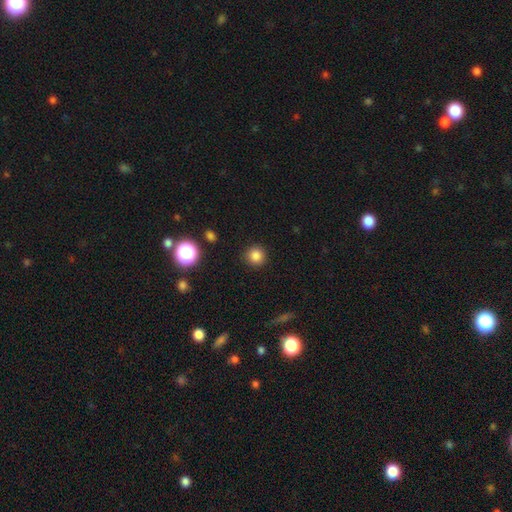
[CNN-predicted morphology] This appears to be a smooth galaxy with no disk features (83%) that is round (94%). Merging: none (91%).